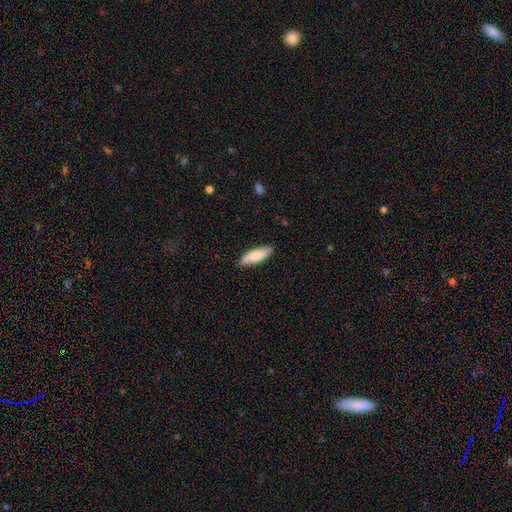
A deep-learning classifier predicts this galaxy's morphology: smooth 76%, featured or disk 19%, star or artifact 5%. Down the decision tree: how rounded — cigar-shaped (49%, tied with in between); merging — none (87%).